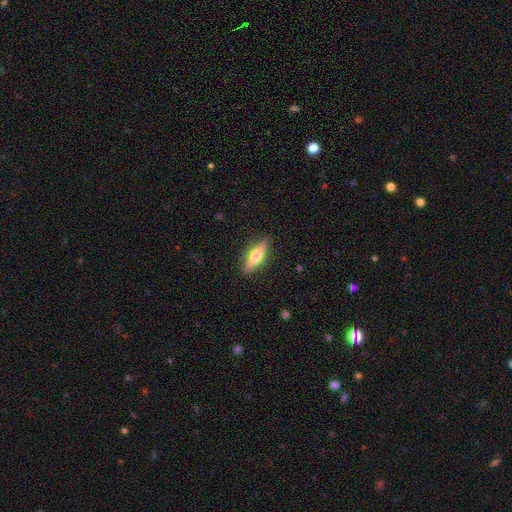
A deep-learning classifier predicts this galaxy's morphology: Smooth or featured? featured or disk (62%)
Edge-on disk? yes (95%)
Edge-on bulge? rounded (94%)
Merging? none (88%)